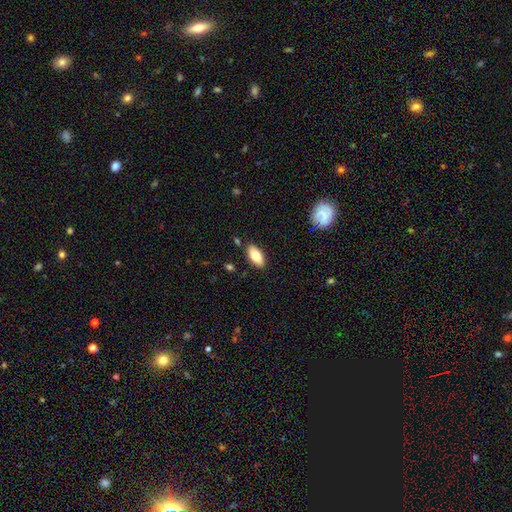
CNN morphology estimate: Smooth or featured?
  - smooth: 77% *
  - featured or disk: 16%
  - star or artifact: 7%
How rounded?
  - in between: 89% *
  - cigar-shaped: 9%
  - round: 2%
Merging?
  - none: 85% *
  - minor disturbance: 11%
  - merger: 3%
  - major disturbance: 2%